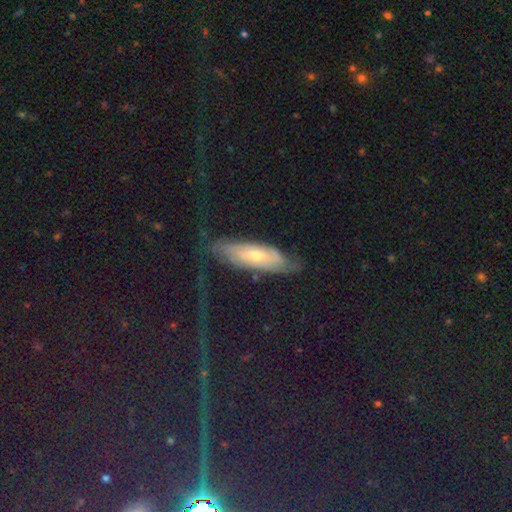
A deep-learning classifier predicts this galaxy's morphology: Smooth or featured? featured or disk (62%)
Edge-on disk? no (74%)
Merging? none (66%)